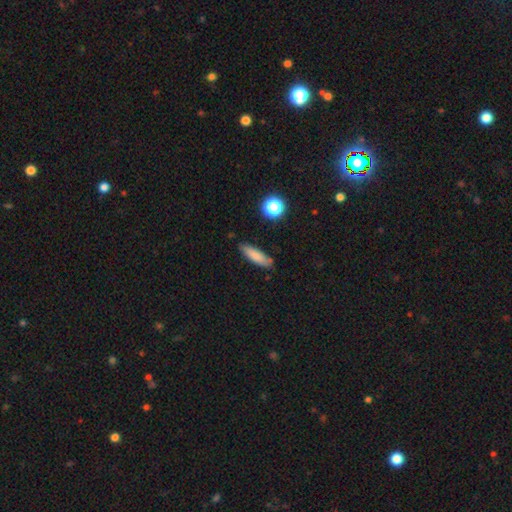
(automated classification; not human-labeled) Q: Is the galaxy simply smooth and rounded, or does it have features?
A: smooth — 81%.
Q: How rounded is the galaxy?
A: cigar-shaped — 62%.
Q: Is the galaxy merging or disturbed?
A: none — 82%.